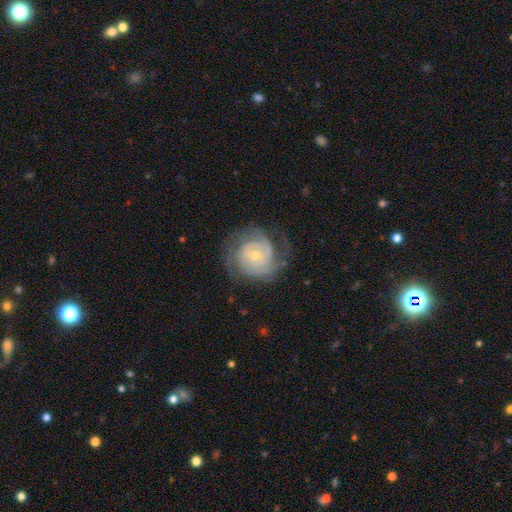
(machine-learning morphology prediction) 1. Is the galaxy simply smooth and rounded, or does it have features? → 82% featured or disk, 13% smooth, 6% star or artifact.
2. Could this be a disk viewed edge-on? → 98% no, 2% yes.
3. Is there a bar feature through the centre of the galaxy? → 55% no, 38% weak, 8% strong.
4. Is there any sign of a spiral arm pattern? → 93% yes, 7% no.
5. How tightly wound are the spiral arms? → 69% tight, 24% medium, 7% loose.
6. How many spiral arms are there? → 36% can't tell, 29% 2, 18% 3, 7% 4, 6% 1, 4% more than 4.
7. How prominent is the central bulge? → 55% small, 41% moderate, 2% large, 1% none, 1% dominant.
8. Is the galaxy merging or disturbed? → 65% none, 20% minor disturbance, 14% major disturbance, 1% merger.